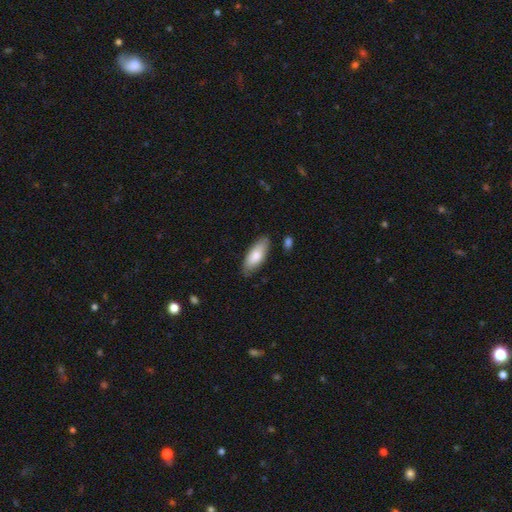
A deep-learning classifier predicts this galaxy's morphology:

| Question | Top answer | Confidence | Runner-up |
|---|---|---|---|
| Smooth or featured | smooth | 81% | featured or disk (14%) |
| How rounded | in between | 78% | cigar-shaped (20%) |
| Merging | none | 82% | minor disturbance (14%) |